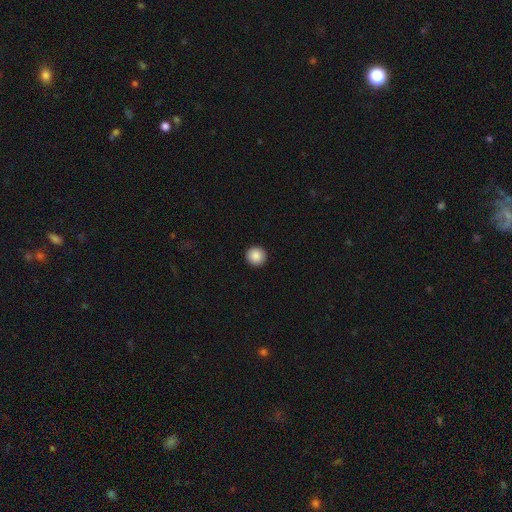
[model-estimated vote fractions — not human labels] This appears to be a smooth galaxy with no disk features (88%) that is round (95%). Merging: none (94%).